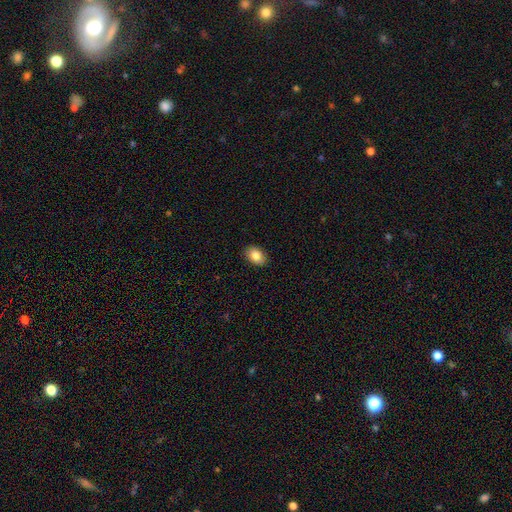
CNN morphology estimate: smooth 86%, star or artifact 8%, featured or disk 7%. Down the decision tree: how rounded — in between (84%); merging — none (90%).